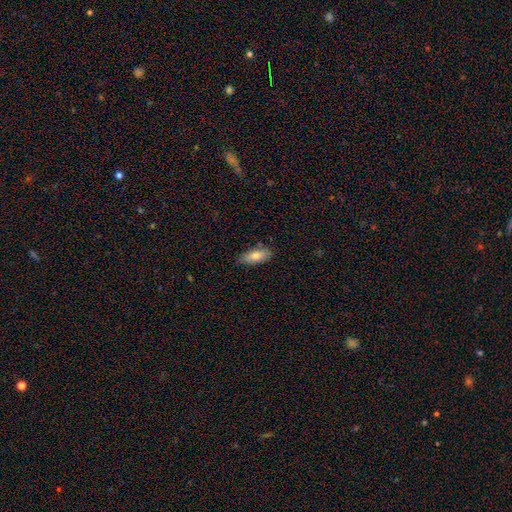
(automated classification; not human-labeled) A smooth galaxy with no disk features (77%) that is in between round and cigar-shaped (78%).

Vote fractions:
- Smooth or featured? smooth: 77% / featured or disk: 16% / star or artifact: 7%
- How rounded? in between: 78% / cigar-shaped: 20% / round: 2%
- Merging? none: 79% / minor disturbance: 16% / major disturbance: 2% / merger: 2%